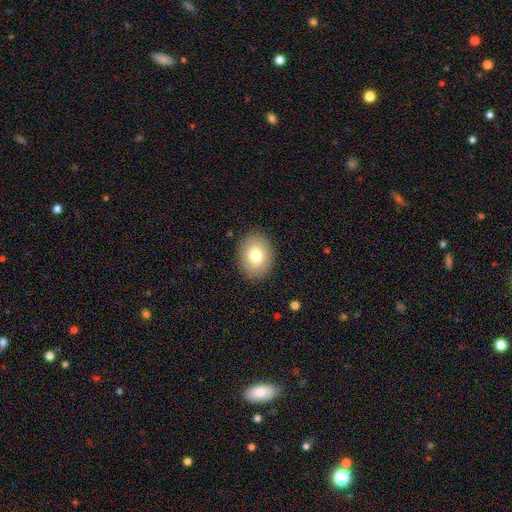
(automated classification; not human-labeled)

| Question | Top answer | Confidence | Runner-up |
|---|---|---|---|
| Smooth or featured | smooth | 78% | featured or disk (13%) |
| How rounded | in between | 63% | round (37%) |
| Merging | none | 88% | minor disturbance (8%) |